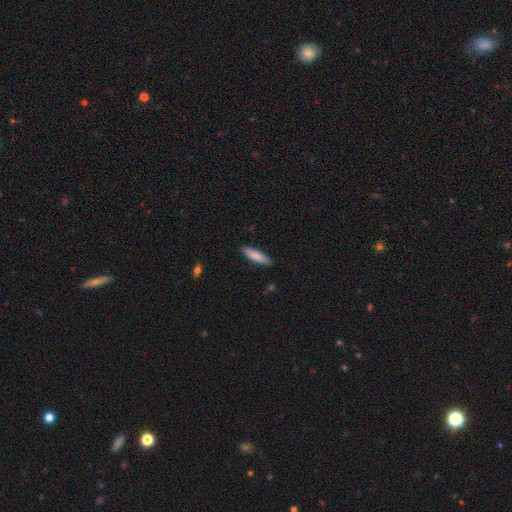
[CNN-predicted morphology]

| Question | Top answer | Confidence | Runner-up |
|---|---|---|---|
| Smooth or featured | smooth | 82% | featured or disk (12%) |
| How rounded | cigar-shaped | 68% | in between (30%) |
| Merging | none | 89% | minor disturbance (9%) |